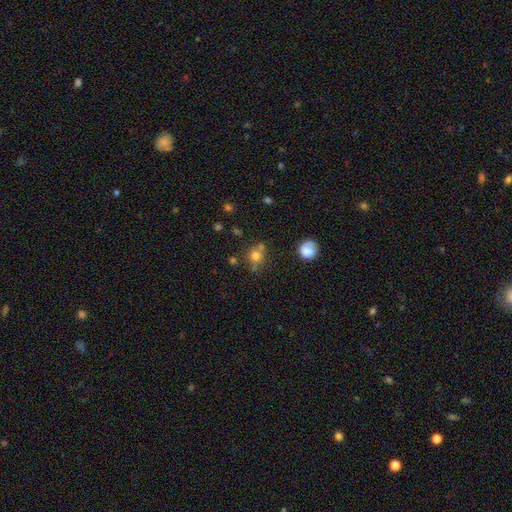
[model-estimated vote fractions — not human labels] The model was most divided on "merging": none: 65%, minor disturbance: 16%, merger: 14%, major disturbance: 5%. More confident: how rounded — round (81%); smooth or featured — smooth (75%).